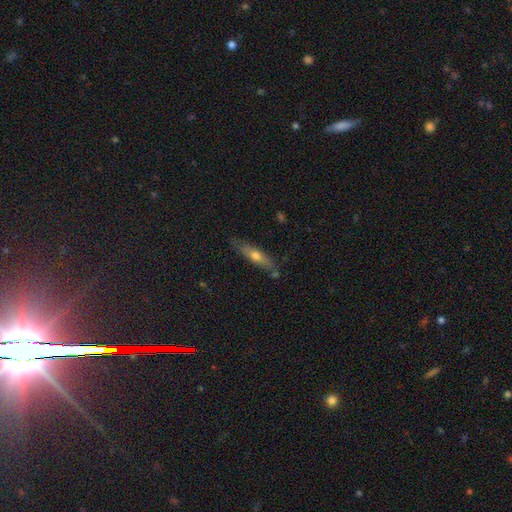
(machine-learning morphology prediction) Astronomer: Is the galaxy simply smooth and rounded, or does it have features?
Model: smooth — 55% (runner-up: featured or disk, 39%).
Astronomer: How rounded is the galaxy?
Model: cigar-shaped — 72%.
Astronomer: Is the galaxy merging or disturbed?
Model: none — 72%.